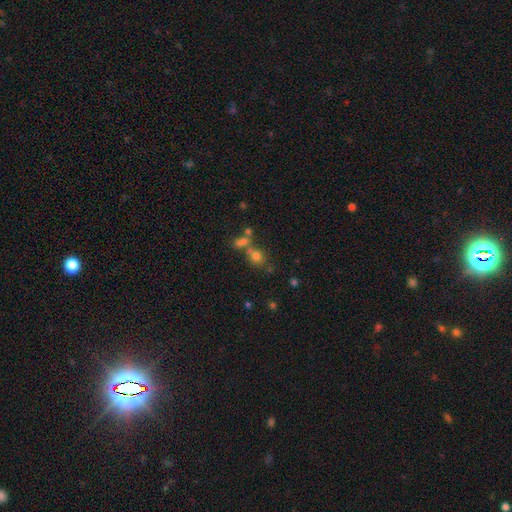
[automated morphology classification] This appears to be a smooth galaxy with no disk features (68%) that is round (67%). Merging: none (49%).